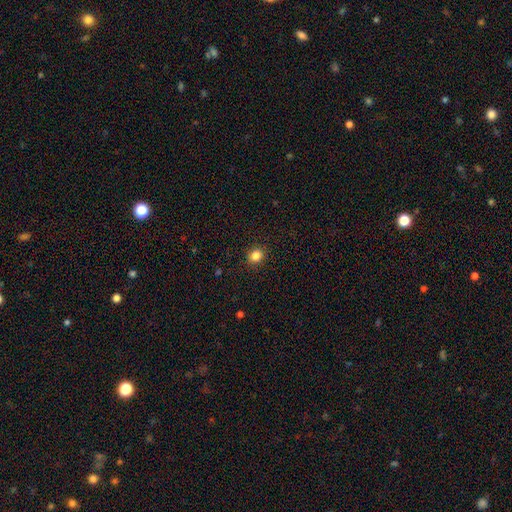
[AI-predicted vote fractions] Overall: smooth (84%). How rounded: round (76%). Merging: none (91%).